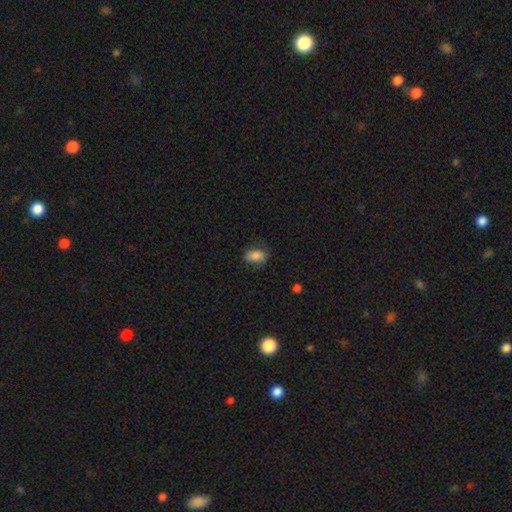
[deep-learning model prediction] A smooth galaxy with no disk features (85%) that is in between round and cigar-shaped (82%).

Vote fractions:
- Smooth or featured? smooth: 85% / star or artifact: 9% / featured or disk: 7%
- How rounded? in between: 82% / round: 17% / cigar-shaped: 2%
- Merging? none: 73% / minor disturbance: 20% / major disturbance: 6% / merger: 1%